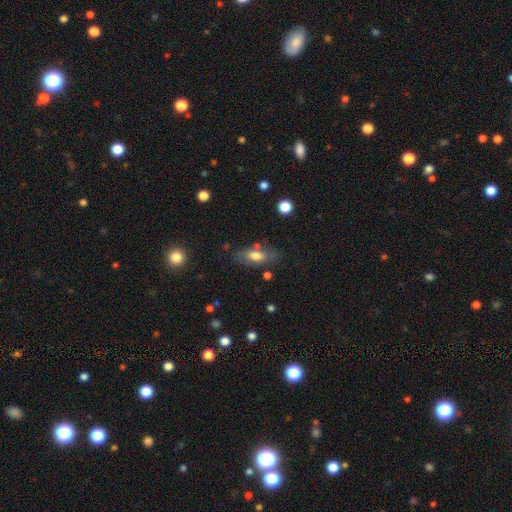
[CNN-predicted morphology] Smooth or featured?
  - smooth: 65% *
  - featured or disk: 27%
  - star or artifact: 8%
How rounded?
  - in between: 80% *
  - cigar-shaped: 16%
  - round: 4%
Merging?
  - none: 70% *
  - minor disturbance: 18%
  - merger: 7%
  - major disturbance: 5%